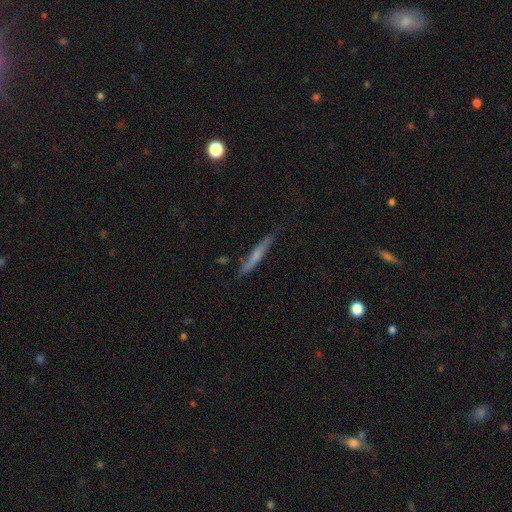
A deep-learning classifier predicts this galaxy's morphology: Smooth or featured?
  - smooth: 49% *
  - featured or disk: 44%
  - star or artifact: 7%
Merging?
  - none: 69% *
  - minor disturbance: 23%
  - major disturbance: 5%
  - merger: 3%